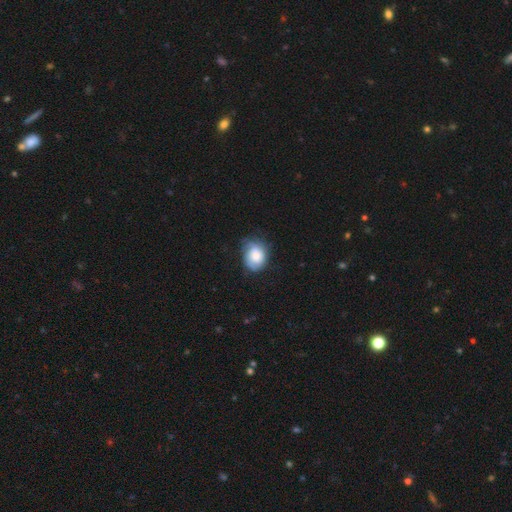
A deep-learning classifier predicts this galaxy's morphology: This is possibly a smooth galaxy (52%). How rounded: possibly round (50%). Merging: possibly none (59%).